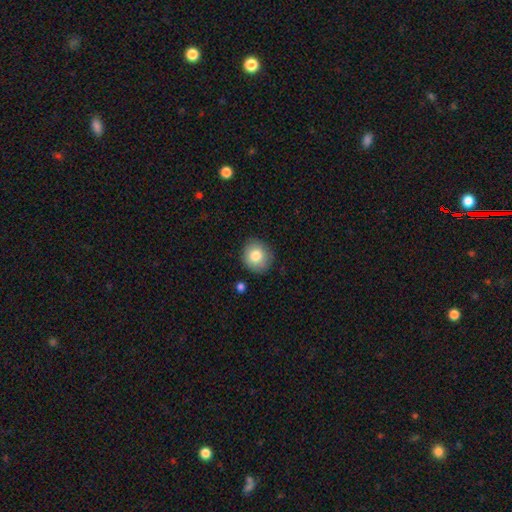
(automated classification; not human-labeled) This is clearly a smooth galaxy (81%). How rounded: clearly round (82%). Merging: clearly none (85%).